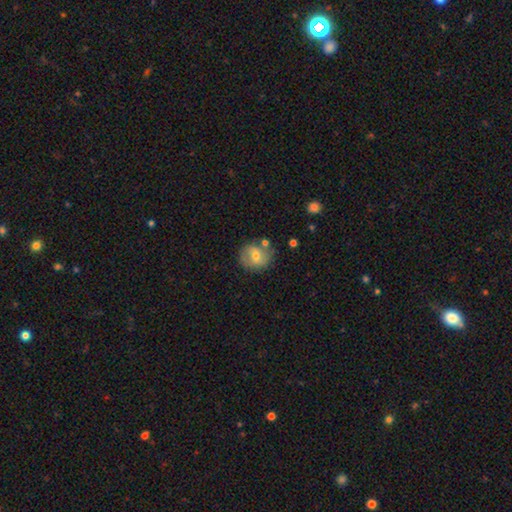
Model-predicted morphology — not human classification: smooth_or_featured: smooth (p=0.56) [alt: featured or disk p=0.35]
how_rounded: round (p=0.79) [alt: in between p=0.20]
merging: none (p=0.71) [alt: minor disturbance p=0.17]